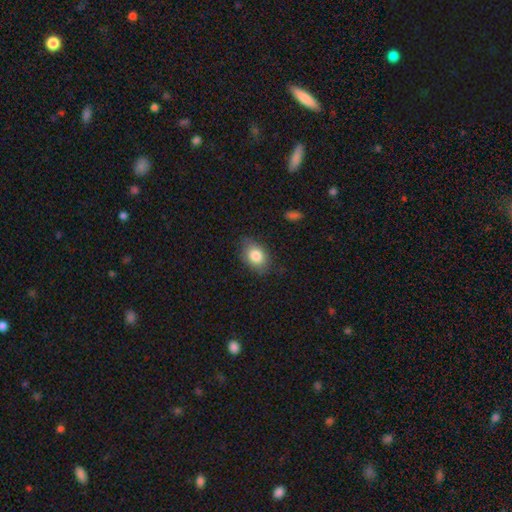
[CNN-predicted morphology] smooth_or_featured: smooth (p=0.82) [alt: featured or disk p=0.10]
how_rounded: in between (p=0.81) [alt: round p=0.18]
merging: none (p=0.74) [alt: minor disturbance p=0.21]